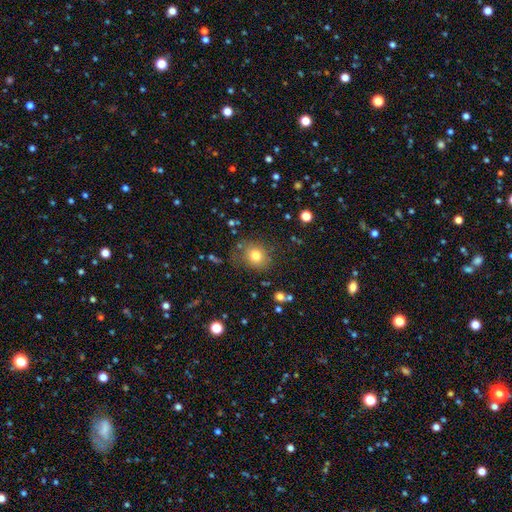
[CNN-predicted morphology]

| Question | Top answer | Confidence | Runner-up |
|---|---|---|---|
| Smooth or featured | smooth | 77% | star or artifact (12%) |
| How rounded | round | 70% | in between (30%) |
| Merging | none | 75% | minor disturbance (15%) |